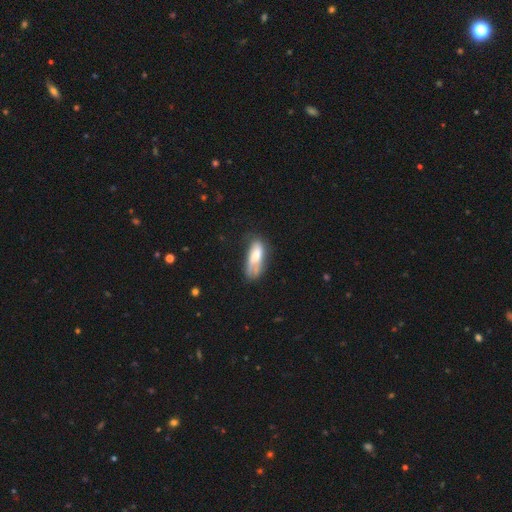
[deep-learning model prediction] smooth-or-featured: smooth: 65% | featured or disk: 28% | star or artifact: 8%
  how-rounded: in between: 70% | cigar-shaped: 28% | round: 2%
  merging: none: 39% | minor disturbance: 32% | major disturbance: 22% | merger: 7%